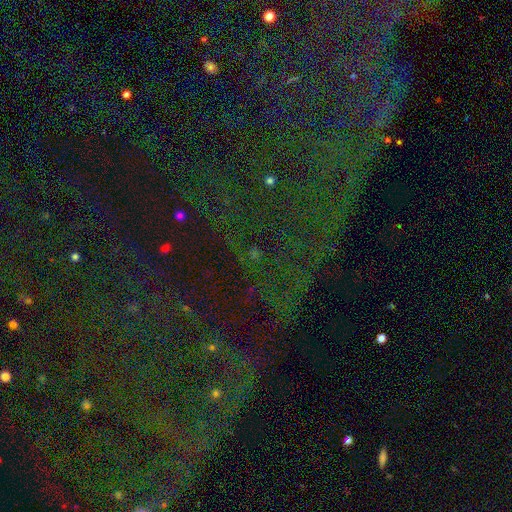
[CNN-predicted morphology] A star or artifact, not a galaxy (78%).

Vote fractions:
- Smooth or featured? star or artifact: 78% / smooth: 12% / featured or disk: 10%